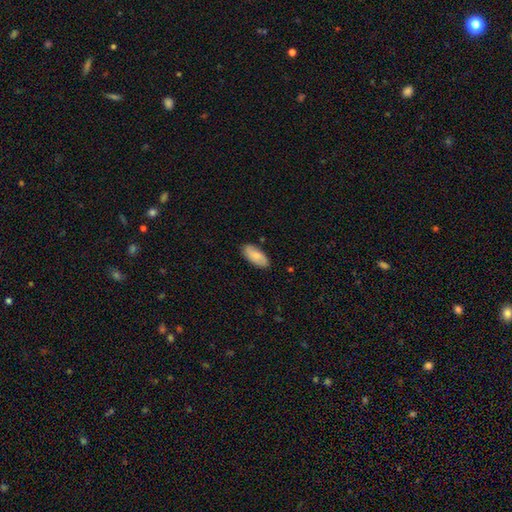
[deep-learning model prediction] smooth_or_featured: smooth (p=0.74) [alt: featured or disk p=0.20]
how_rounded: in between (p=0.89) [alt: cigar-shaped p=0.09]
merging: none (p=0.85) [alt: minor disturbance p=0.12]